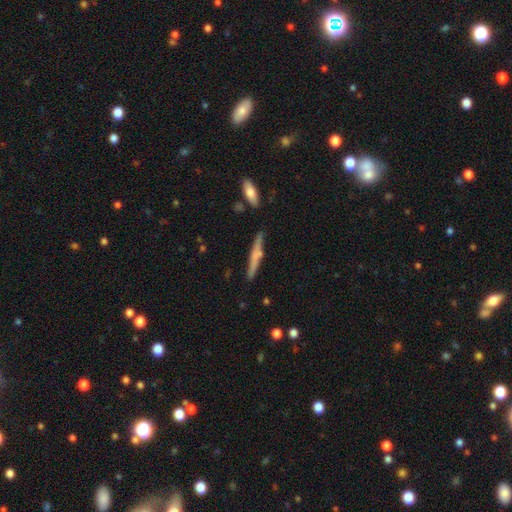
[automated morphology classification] This is possibly a smooth galaxy (48%). Merging: clearly none (82%).